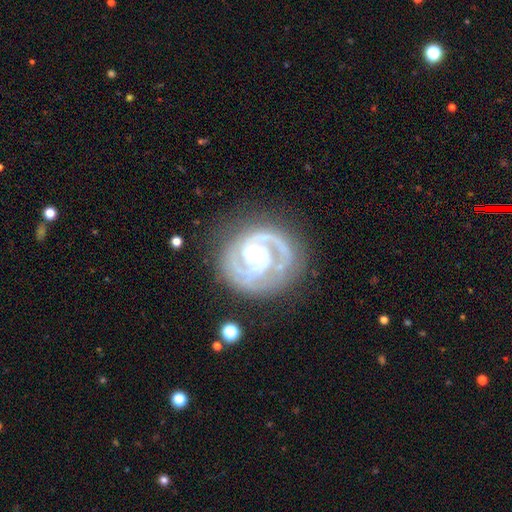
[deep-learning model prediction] Overall: featured or disk (91%). Edge-on disk: no (98%). Bar: no (67%). Spiral arms: yes (98%). Spiral arm count: 2 (62%). Spiral winding: tight (67%; medium 28%). Bulge size: small (67%). Merging: none (74%).